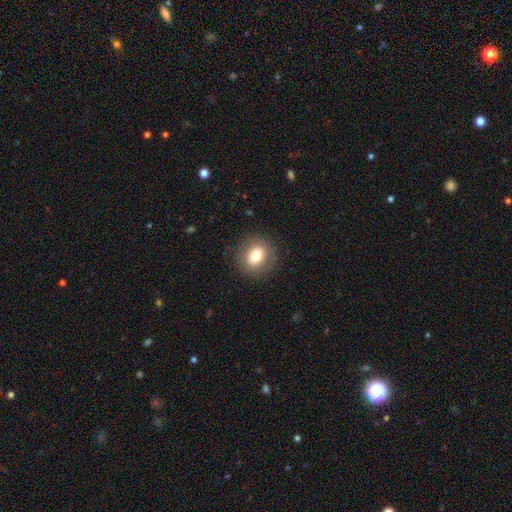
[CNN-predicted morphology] Q: Smooth or featured?
A: smooth (76%); runner-up: featured or disk (14%)
Q: How rounded?
A: round (75%); runner-up: in between (24%)
Q: Merging?
A: none (87%); runner-up: minor disturbance (8%)